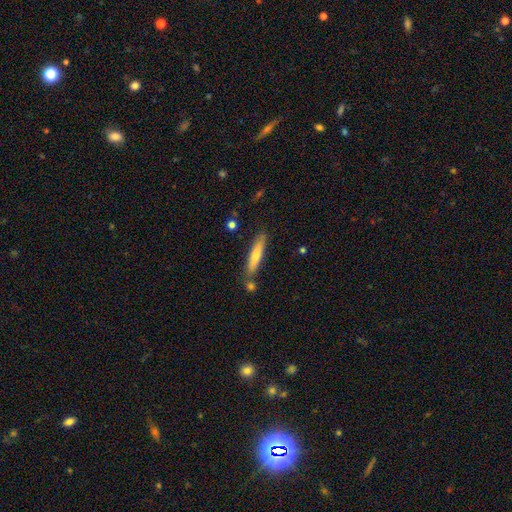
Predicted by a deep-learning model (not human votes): Morphology: type=smooth (69%); roundness=cigar-shaped (88%); merging=none (79%).